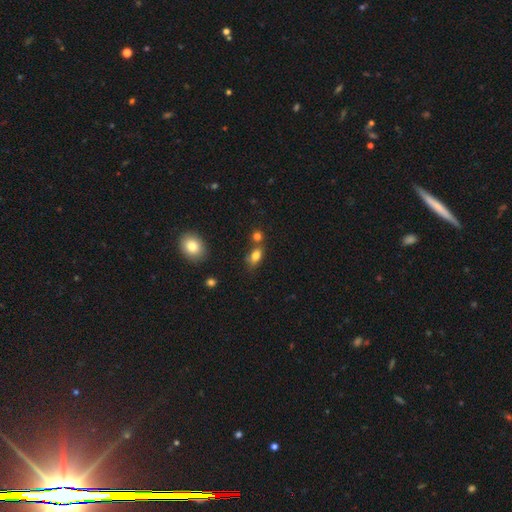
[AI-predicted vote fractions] This appears to be a smooth galaxy with no disk features (81%) that is in between round and cigar-shaped (81%). Merging: none (54%).